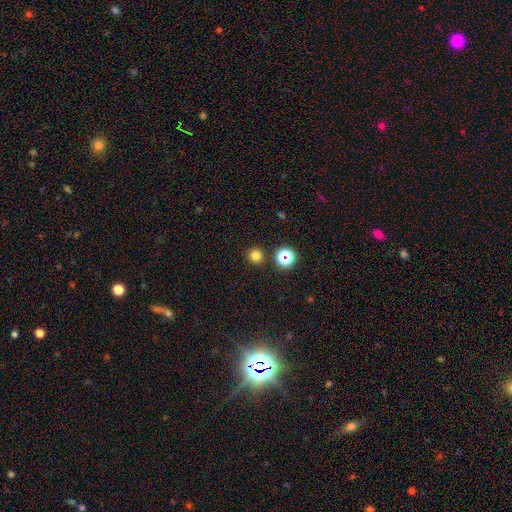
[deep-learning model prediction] smooth-or-featured: smooth: 78% | star or artifact: 18% | featured or disk: 4%
  how-rounded: round: 95% | in between: 4% | cigar-shaped: 1%
  merging: none: 90% | minor disturbance: 5% | merger: 3% | major disturbance: 2%